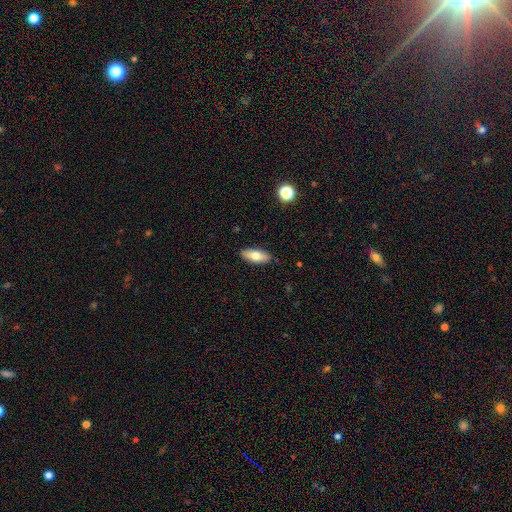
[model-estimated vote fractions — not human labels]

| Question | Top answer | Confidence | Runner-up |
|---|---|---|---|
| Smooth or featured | smooth | 75% | featured or disk (18%) |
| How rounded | in between | 79% | cigar-shaped (19%) |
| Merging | none | 89% | minor disturbance (8%) |